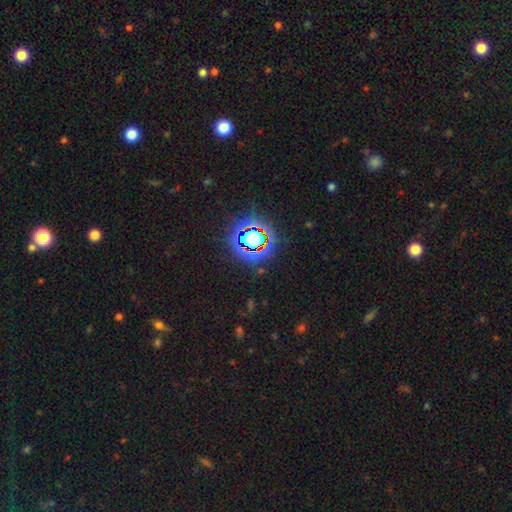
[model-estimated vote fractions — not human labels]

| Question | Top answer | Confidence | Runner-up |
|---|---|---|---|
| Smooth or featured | star or artifact | 77% | smooth (15%) |